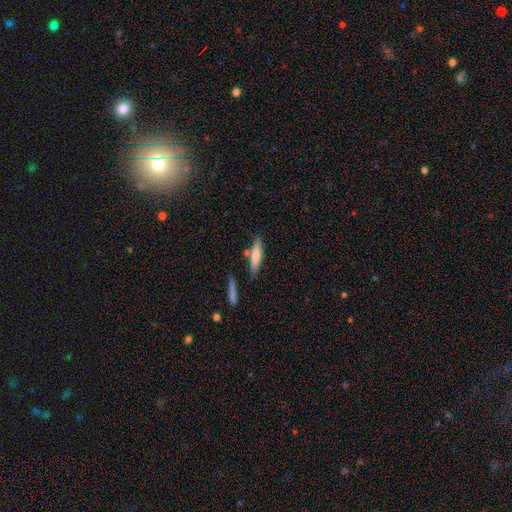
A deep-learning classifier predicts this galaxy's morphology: This appears to be a smooth galaxy with no disk features (69%) that is cigar-shaped (79%). Merging: none (71%).